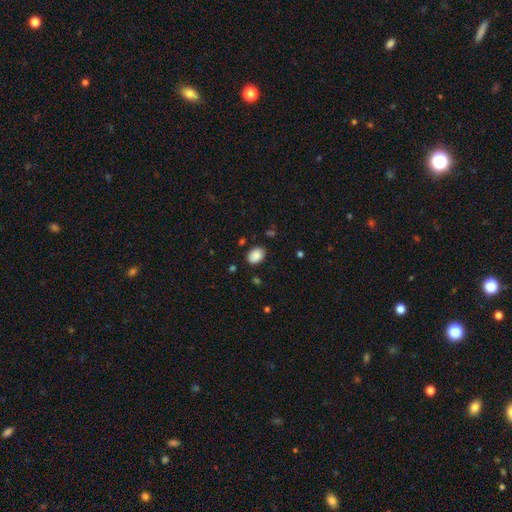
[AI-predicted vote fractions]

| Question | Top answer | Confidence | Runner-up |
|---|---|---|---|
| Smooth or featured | smooth | 88% | star or artifact (8%) |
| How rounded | in between | 77% | round (22%) |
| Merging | none | 84% | minor disturbance (12%) |